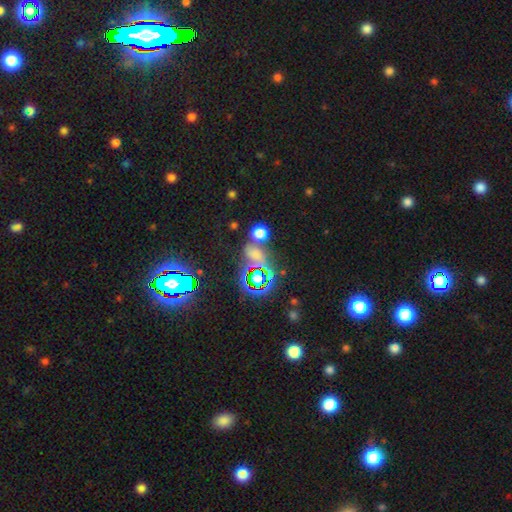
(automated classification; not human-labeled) Overall: star or artifact (59%; smooth 28%).